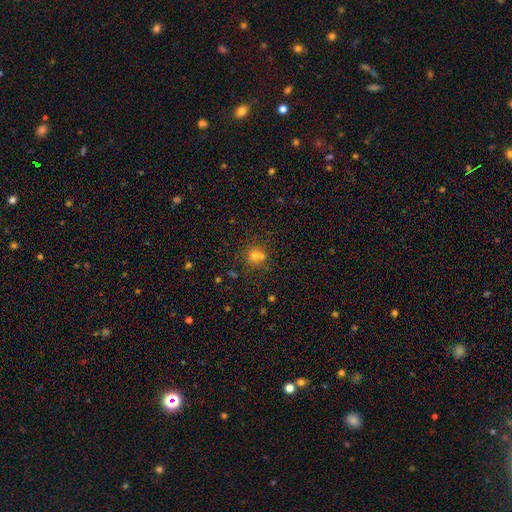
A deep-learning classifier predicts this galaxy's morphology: Smooth or featured?
  - smooth: 65% *
  - star or artifact: 23%
  - featured or disk: 12%
How rounded?
  - round: 87% *
  - in between: 12%
  - cigar-shaped: 1%
Merging?
  - none: 58% *
  - merger: 30%
  - minor disturbance: 9%
  - major disturbance: 3%